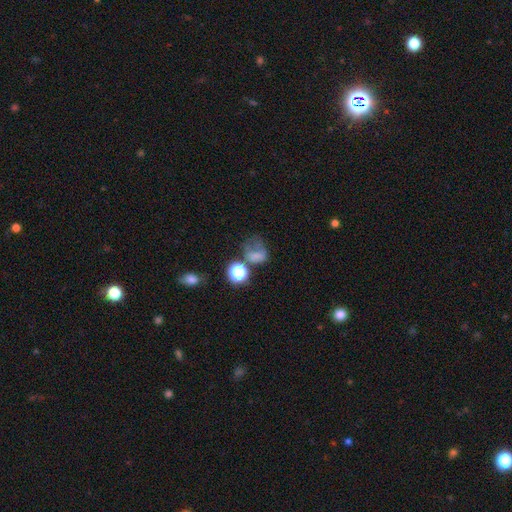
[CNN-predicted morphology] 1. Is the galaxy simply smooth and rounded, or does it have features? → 59% smooth, 21% star or artifact, 19% featured or disk.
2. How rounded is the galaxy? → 51% in between, 47% round, 1% cigar-shaped.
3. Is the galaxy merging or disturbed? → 37% major disturbance, 27% none, 21% minor disturbance, 15% merger.